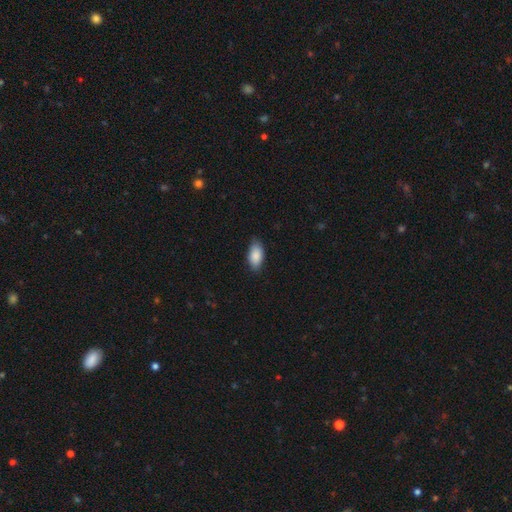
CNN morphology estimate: Smooth or featured?
  - smooth: 88% *
  - star or artifact: 6%
  - featured or disk: 6%
How rounded?
  - in between: 93% *
  - cigar-shaped: 4%
  - round: 3%
Merging?
  - none: 78% *
  - minor disturbance: 18%
  - major disturbance: 3%
  - merger: 1%